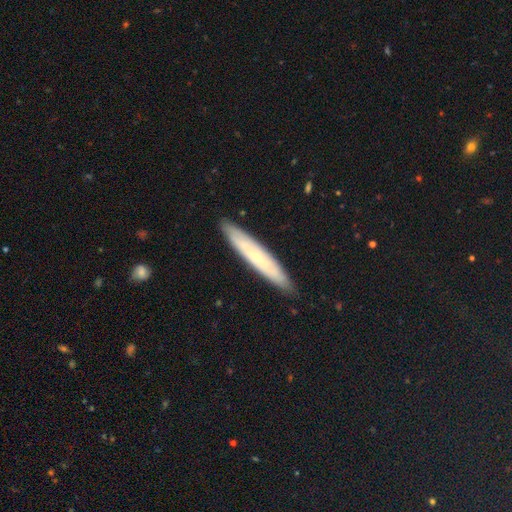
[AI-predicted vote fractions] Morphology: type=smooth (52%); roundness=cigar-shaped (92%); merging=none (89%).